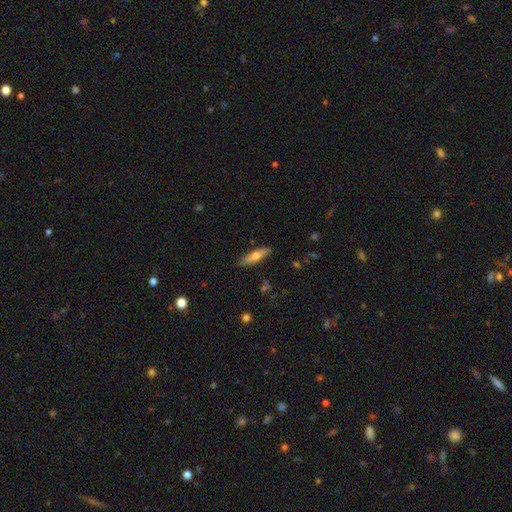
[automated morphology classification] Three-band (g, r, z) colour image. It shows a smooth galaxy with no disk features (61%) that is cigar-shaped (62%). Merging: none (87%).